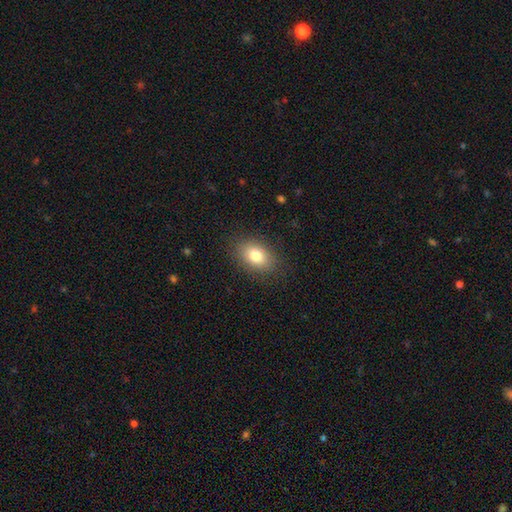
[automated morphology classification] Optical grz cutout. It shows a smooth galaxy with no disk features (80%) that is in between round and cigar-shaped (82%). Merging: none (85%).